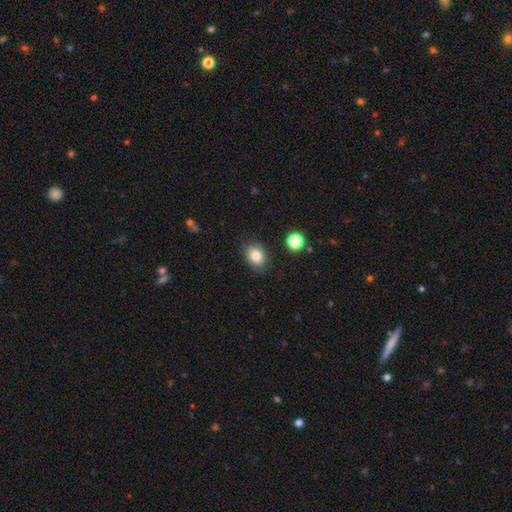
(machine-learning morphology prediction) A smooth galaxy with no disk features (81%) that is in between round and cigar-shaped (63%). Merging: none (84%).